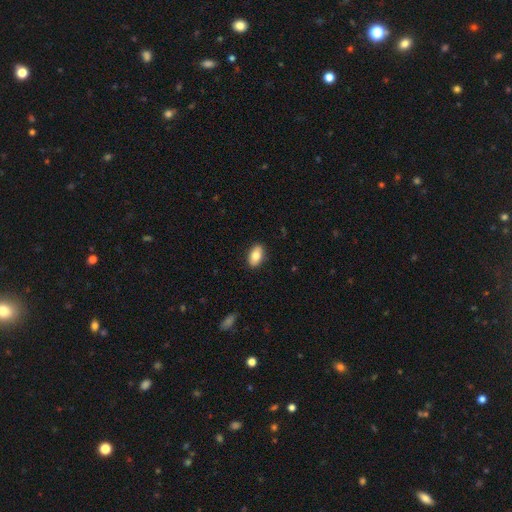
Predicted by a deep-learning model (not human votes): The model was most divided on "smooth or featured": smooth: 82%, featured or disk: 11%, star or artifact: 7%. More confident: how rounded — in between (91%); merging — none (89%).